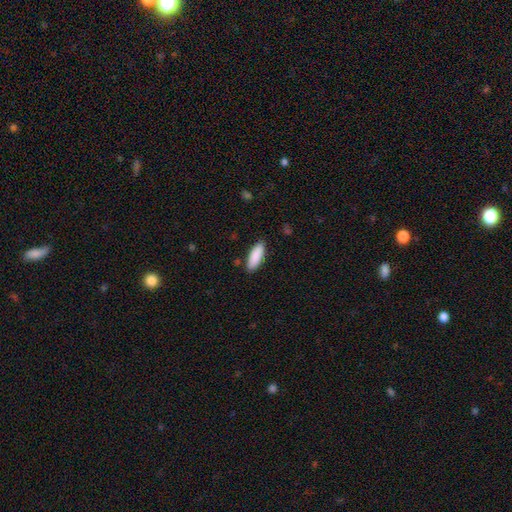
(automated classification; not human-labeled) This is clearly a smooth galaxy (90%). How rounded: likely in between (67%). Merging: clearly none (87%).